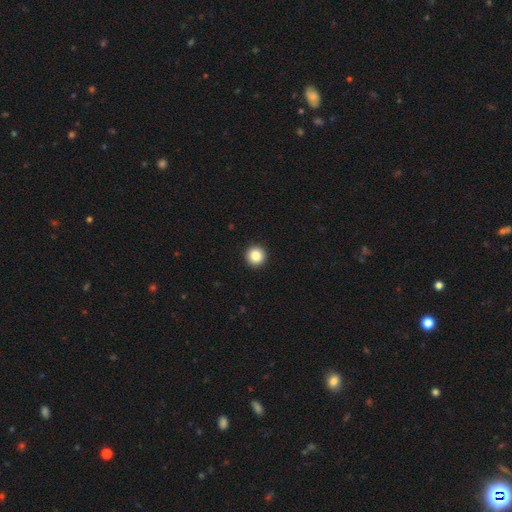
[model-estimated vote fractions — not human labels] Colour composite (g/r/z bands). It shows a smooth galaxy with no disk features (85%) that is round (96%). Merging: none (94%).